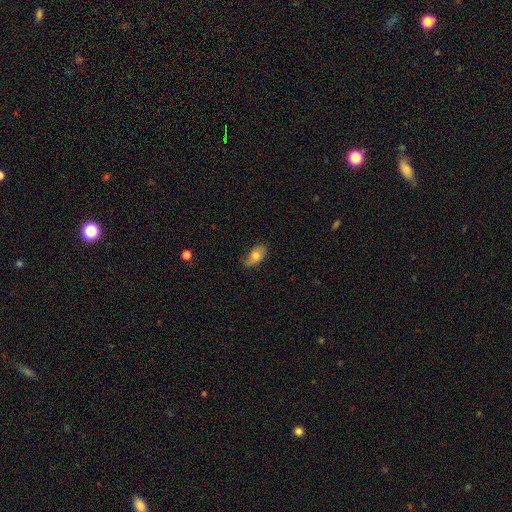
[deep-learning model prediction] Morphology: type=smooth (69%); roundness=in between (91%); merging=none (72%).